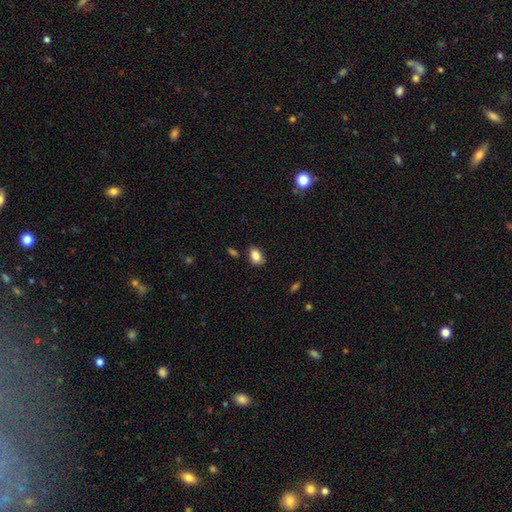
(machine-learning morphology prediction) smooth-or-featured: smooth: 86% | star or artifact: 9% | featured or disk: 6%
  how-rounded: in between: 81% | round: 17% | cigar-shaped: 1%
  merging: none: 80% | minor disturbance: 15% | major disturbance: 3% | merger: 3%